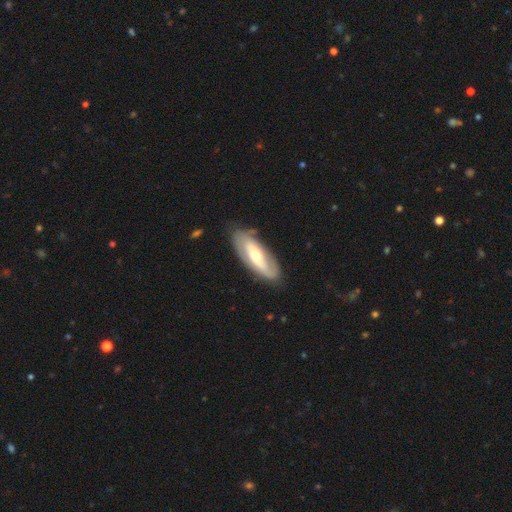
smooth_or_featured: featured or disk (p=0.72) [alt: smooth p=0.26]
disk_edge_on: no (p=0.89) [alt: yes p=0.11]
bar: weak (p=0.36) [tied with: no p=0.36]
has_spiral_arms: yes (p=0.68) [alt: no p=0.32]
spiral_winding: tight (p=0.59) [alt: medium p=0.24]
spiral_arm_count: 2 (p=0.59) [alt: can't tell p=0.29]
bulge_size: moderate (p=0.76) [alt: small p=0.20]
merging: none (p=0.84) [alt: minor disturbance p=0.13]